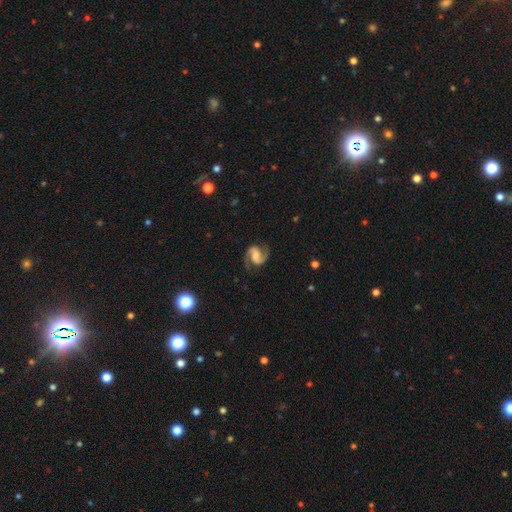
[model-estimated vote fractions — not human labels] smooth-or-featured: featured or disk: 91% | star or artifact: 5% | smooth: 5%
  disk-edge-on: no: 98% | yes: 2%
    bar: weak: 46% | no: 30% | strong: 24%
    has-spiral-arms: yes: 98% | no: 2%
      spiral-winding: medium: 59% | loose: 25% | tight: 16%
      spiral-arm-count: 2: 94% | can't tell: 1% | 1: 1% | 3: 1% | 4: 1% | more than 4: 1%
    bulge-size: moderate: 38% | small: 31% | none: 19% | large: 11% | dominant: 2%
  merging: none: 83% | minor disturbance: 11% | major disturbance: 5% | merger: 1%